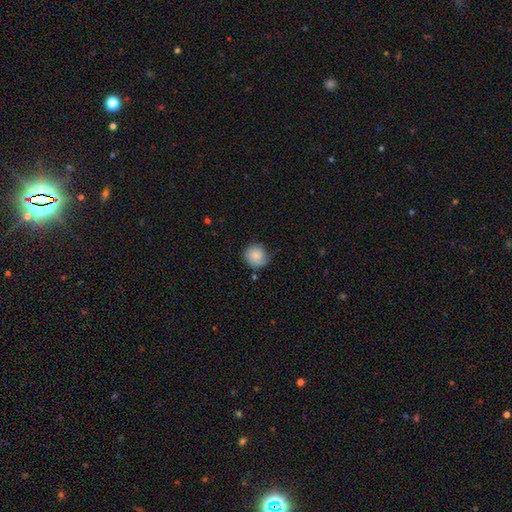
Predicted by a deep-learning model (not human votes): smooth-or-featured: smooth: 85% | featured or disk: 8% | star or artifact: 8%
  how-rounded: round: 90% | in between: 9% | cigar-shaped: 1%
  merging: none: 65% | minor disturbance: 26% | major disturbance: 6% | merger: 2%